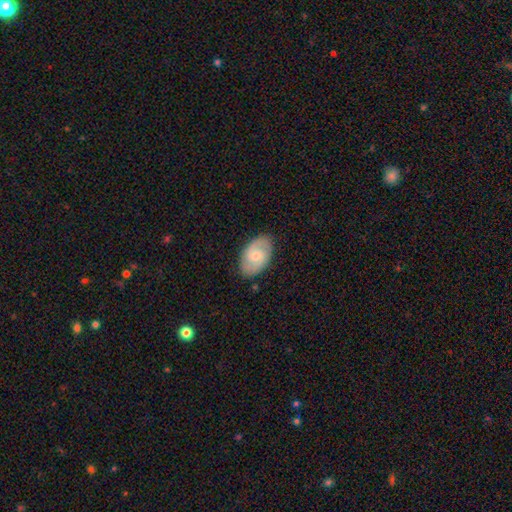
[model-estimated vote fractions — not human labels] smooth_or_featured: featured or disk (p=0.66) [alt: smooth p=0.28]
disk_edge_on: no (p=0.97) [alt: yes p=0.03]
bar: no (p=0.53) [alt: weak p=0.41]
has_spiral_arms: yes (p=0.92) [alt: no p=0.08]
spiral_winding: medium (p=0.49) [alt: tight p=0.37]
spiral_arm_count: 2 (p=0.86) [alt: can't tell p=0.08]
bulge_size: small (p=0.53) [alt: moderate p=0.35]
merging: none (p=0.84) [alt: minor disturbance p=0.12]